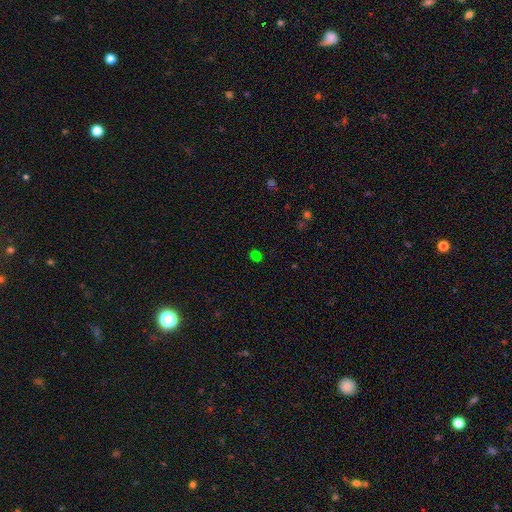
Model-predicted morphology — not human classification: Smooth or featured: smooth — 53% (star or artifact — 40%)
How rounded: round — 63% (in between — 35%)
Merging: none — 75% (minor disturbance — 14%)